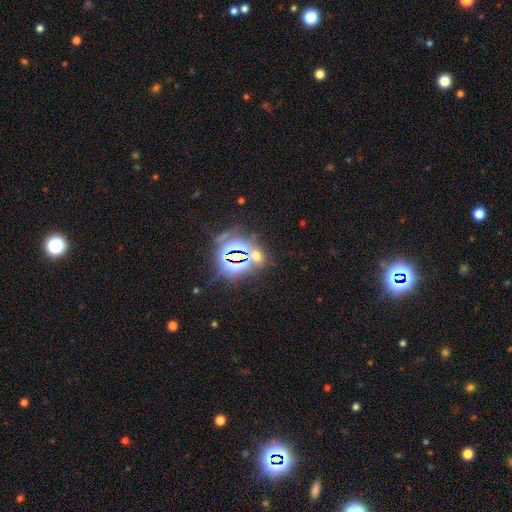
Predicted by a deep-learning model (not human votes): A star or artifact, not a galaxy (67%).

Vote fractions:
- Smooth or featured? star or artifact: 67% / smooth: 24% / featured or disk: 9%